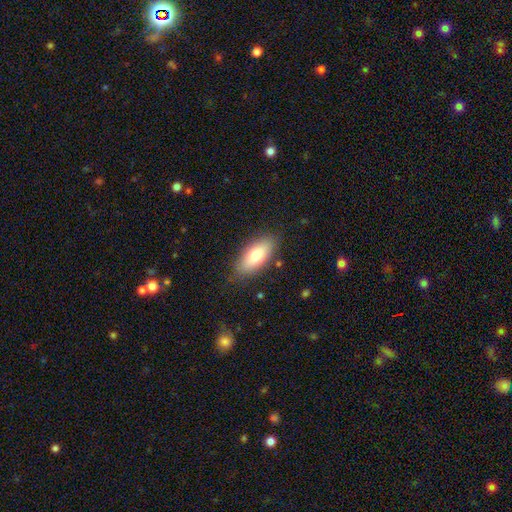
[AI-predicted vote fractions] Smooth or featured? smooth (73%)
How rounded? in between (83%)
Merging? none (83%)